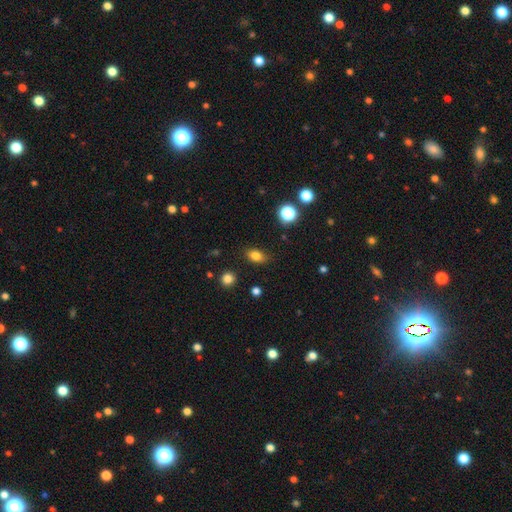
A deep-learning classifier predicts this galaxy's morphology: A smooth galaxy with no disk features (81%) that is in between round and cigar-shaped (78%).

Vote fractions:
- Smooth or featured? smooth: 81% / star or artifact: 12% / featured or disk: 7%
- How rounded? in between: 78% / round: 18% / cigar-shaped: 3%
- Merging? none: 84% / minor disturbance: 11% / major disturbance: 3% / merger: 2%